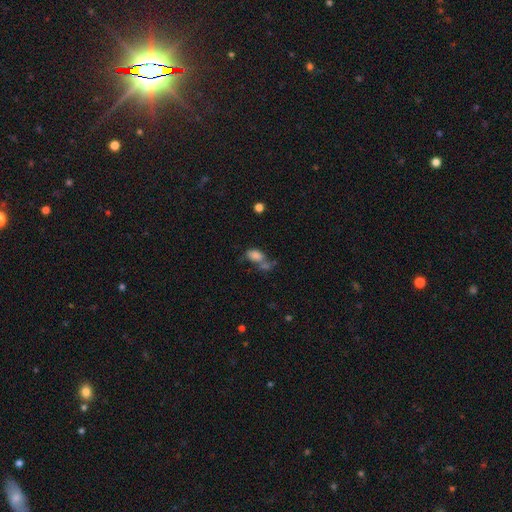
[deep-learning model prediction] Smooth or featured?
  - smooth: 79% *
  - star or artifact: 12%
  - featured or disk: 10%
How rounded?
  - in between: 87% *
  - round: 11%
  - cigar-shaped: 2%
Merging?
  - merger: 42% *
  - none: 33%
  - minor disturbance: 15%
  - major disturbance: 10%